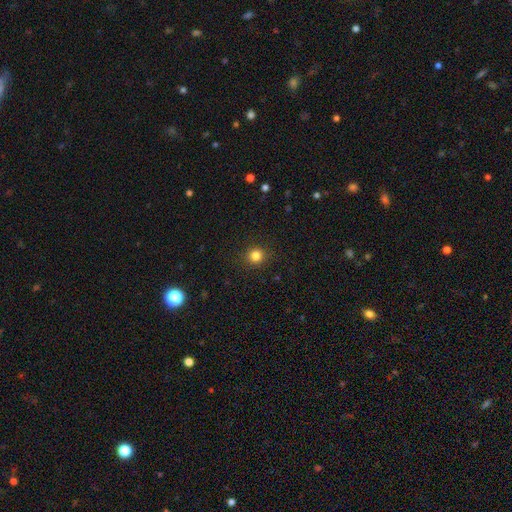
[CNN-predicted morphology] This appears to be a smooth galaxy with no disk features (83%) that is round (92%). Merging: none (91%).